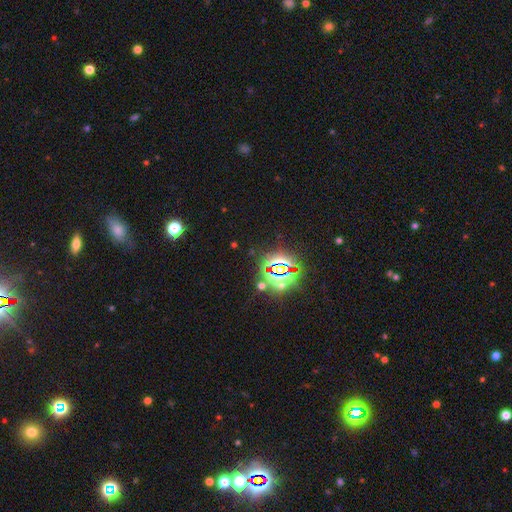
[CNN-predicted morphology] smooth_or_featured: star or artifact (p=0.81) [alt: smooth p=0.12]